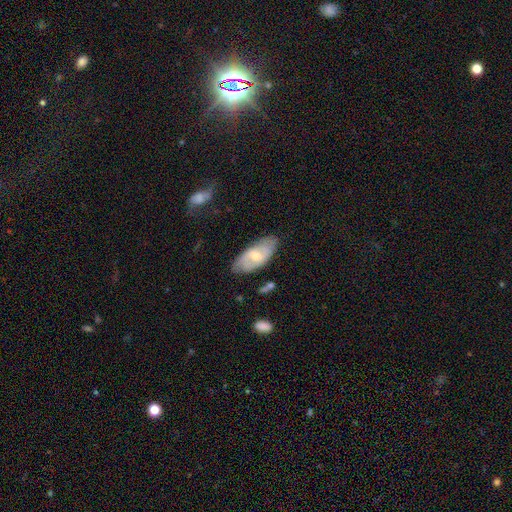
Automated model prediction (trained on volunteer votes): smooth-or-featured: featured or disk: 53% | smooth: 41% | star or artifact: 6%
  disk-edge-on: no: 88% | yes: 12%
  merging: none: 78% | minor disturbance: 16% | major disturbance: 3% | merger: 2%